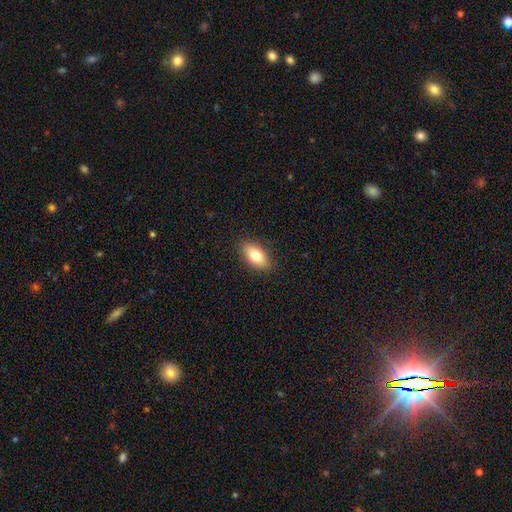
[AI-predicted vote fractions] Morphology: type=smooth (78%); roundness=in between (89%); merging=none (88%).